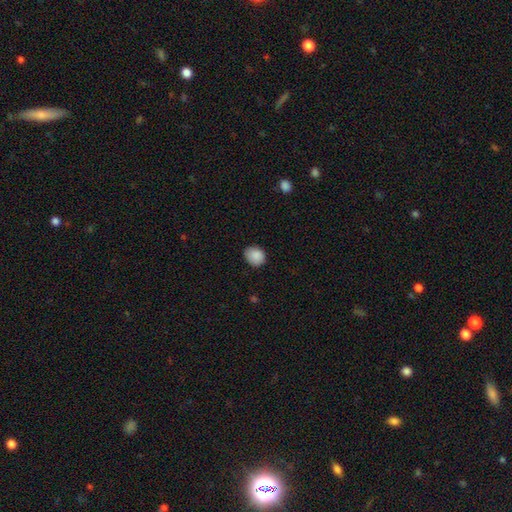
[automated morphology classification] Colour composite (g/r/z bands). It shows a smooth galaxy with no disk features (88%) that is round (54%). Merging: none (75%).